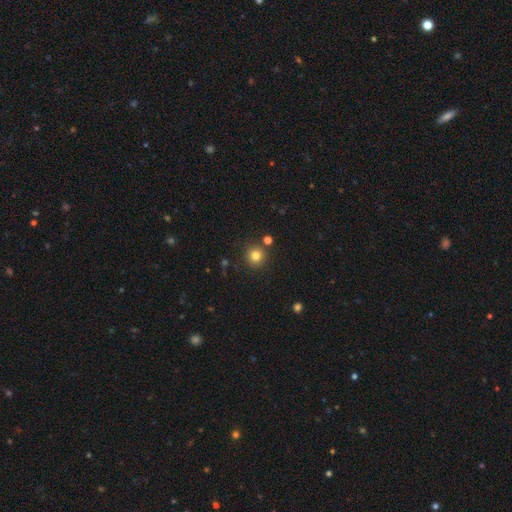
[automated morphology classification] Smooth or featured? smooth (79%)
How rounded? round (94%)
Merging? none (85%)